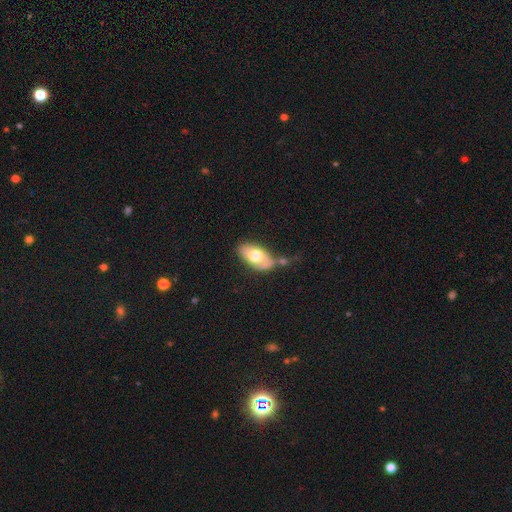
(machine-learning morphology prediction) smooth 63%, featured or disk 31%, star or artifact 6%. Down the decision tree: how rounded — in between (92%); merging — none (47%).